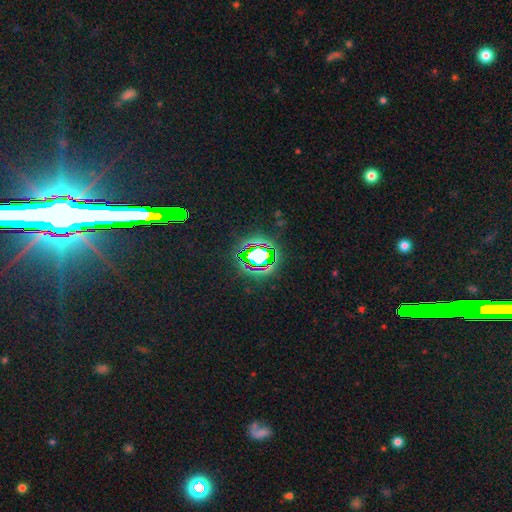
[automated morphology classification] type=star or artifact (69%).